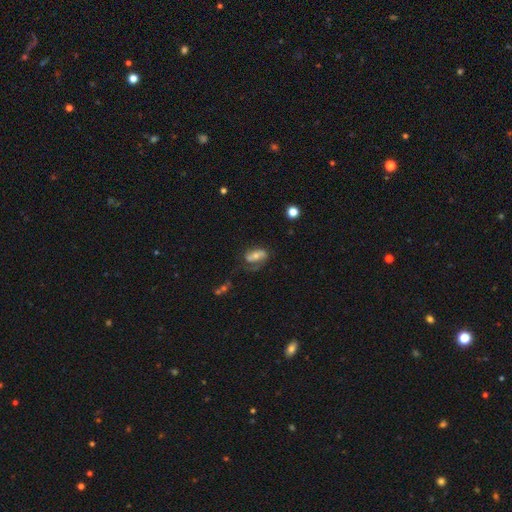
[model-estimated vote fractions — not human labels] featured or disk 55%, smooth 36%, star or artifact 8%. Down the decision tree: edge-on disk — no (93%); bar — no (50%); spiral arms — yes (74%); bulge size — moderate (55%); merging — none (44%).